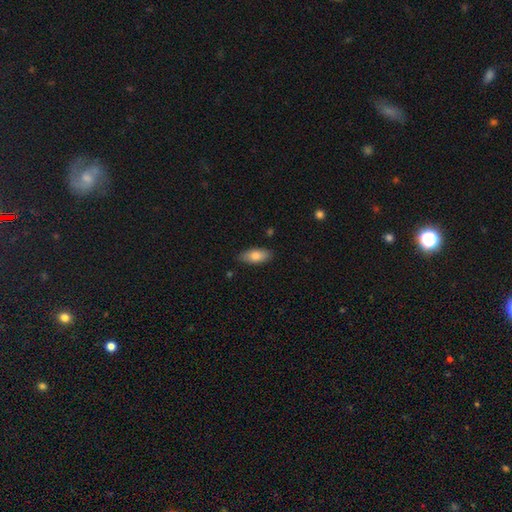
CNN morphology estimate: smooth 81%, featured or disk 12%, star or artifact 7%. Down the decision tree: how rounded — in between (86%); merging — none (84%).